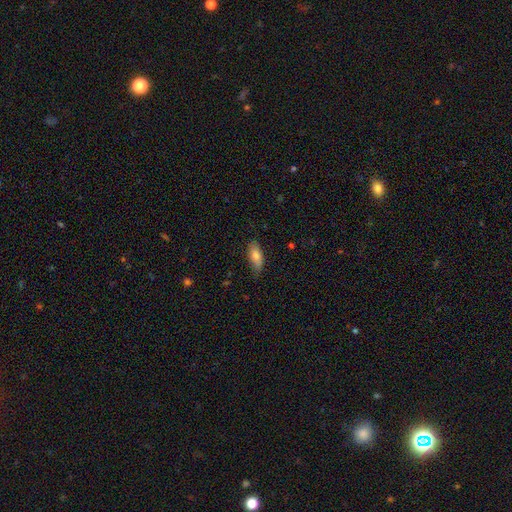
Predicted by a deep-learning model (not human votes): Smooth or featured: smooth — 79% (featured or disk — 15%)
How rounded: in between — 78% (cigar-shaped — 19%)
Merging: none — 70% (minor disturbance — 25%)